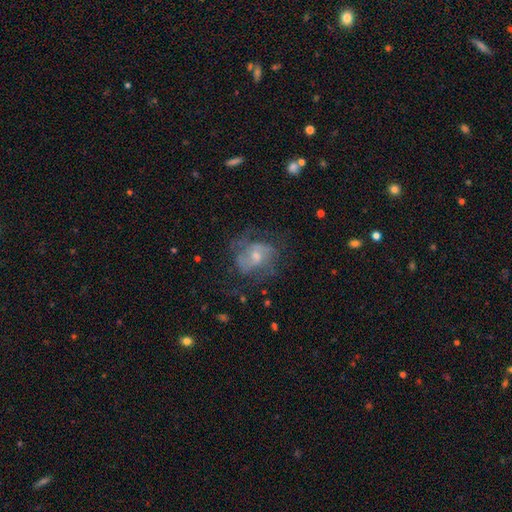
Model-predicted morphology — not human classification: This appears to be a featured or disk galaxy (65%) with no bar (54%), spiral arms (73%) and a moderate central bulge (47%). Merging: none (54%).